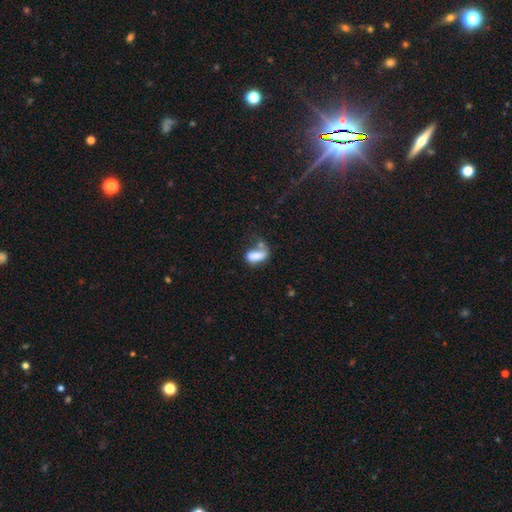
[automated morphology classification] This appears to be a smooth galaxy with no disk features (73%) that is in between round and cigar-shaped (77%). Merging: none (31%).